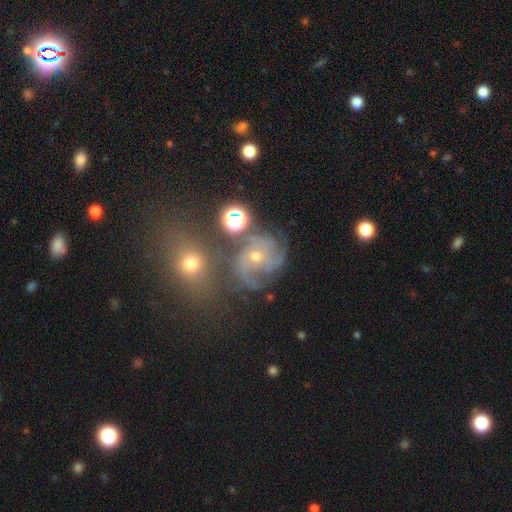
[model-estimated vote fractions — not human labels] Morphology: type=featured or disk (73%); edge-on=no (97%); bar=no (74%); spiral arms=yes (94%); winding=tight (48%); arm count=3 (42%); bulge=small (62%); merging=none (58%).